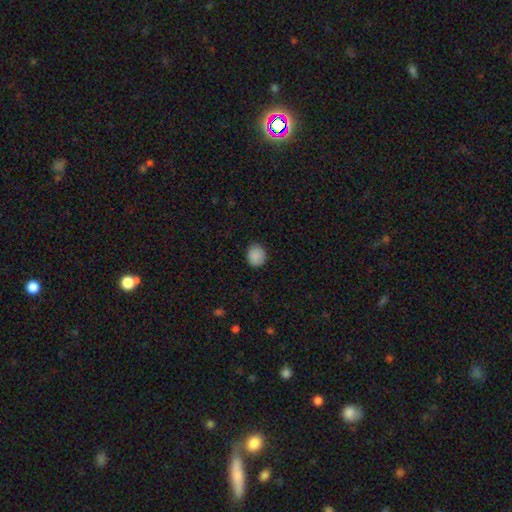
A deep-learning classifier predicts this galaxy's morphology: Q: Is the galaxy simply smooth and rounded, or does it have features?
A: smooth — 88%.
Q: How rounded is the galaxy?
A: round — 74%.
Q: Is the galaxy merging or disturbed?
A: none — 87%.